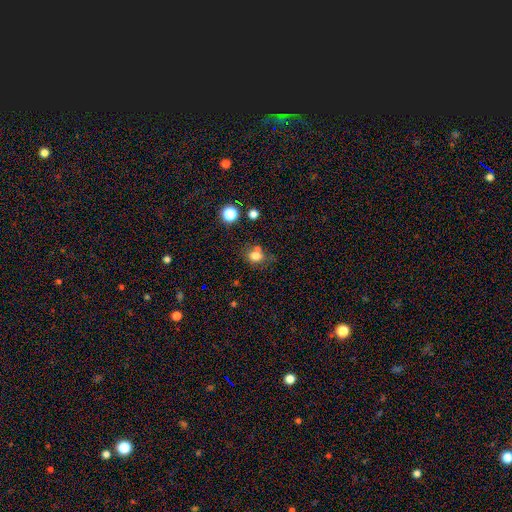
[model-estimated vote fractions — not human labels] A smooth galaxy with no disk features (77%) that is round (64%). Merging: none (58%).